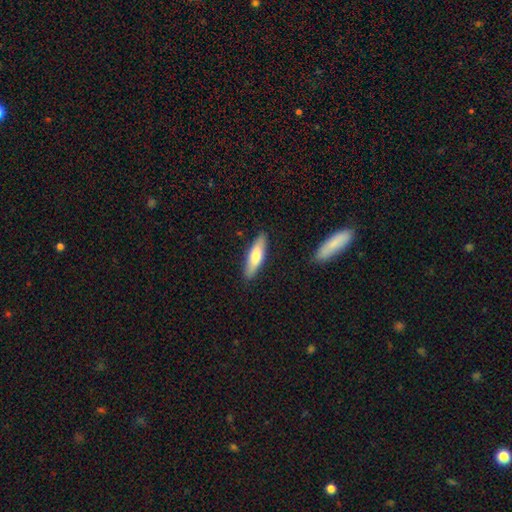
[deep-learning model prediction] smooth_or_featured: smooth (p=0.68) [alt: featured or disk p=0.26]
how_rounded: cigar-shaped (p=0.62) [alt: in between p=0.36]
merging: none (p=0.88) [alt: minor disturbance p=0.09]